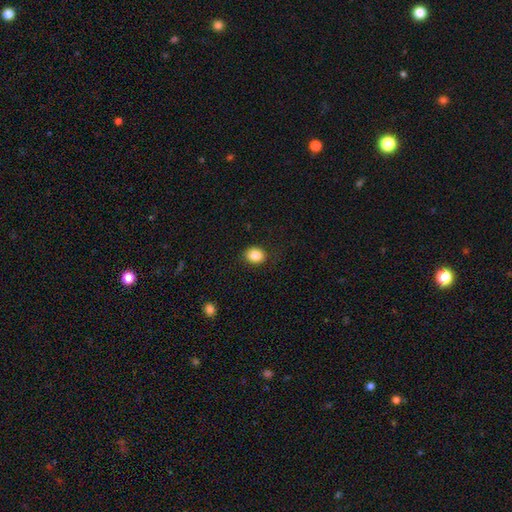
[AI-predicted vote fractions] A smooth galaxy with no disk features (85%) that is round (53%).

Vote fractions:
- Smooth or featured? smooth: 85% / star or artifact: 9% / featured or disk: 6%
- How rounded? round: 53% / in between: 46% / cigar-shaped: 1%
- Merging? none: 84% / minor disturbance: 12% / major disturbance: 3% / merger: 1%